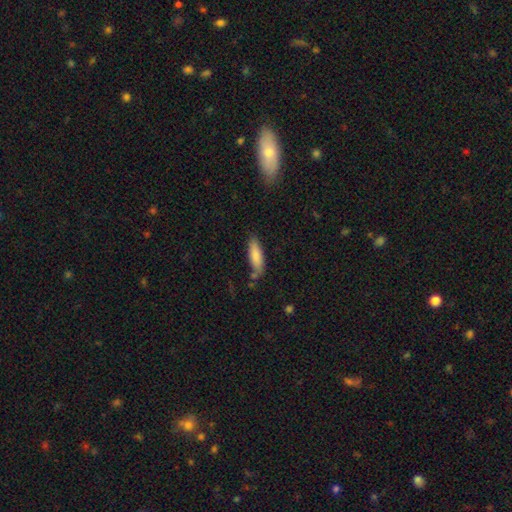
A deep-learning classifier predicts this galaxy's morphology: A smooth galaxy with no disk features (84%) that is in between round and cigar-shaped (49%, tied with cigar-shaped). Merging: none (68%).